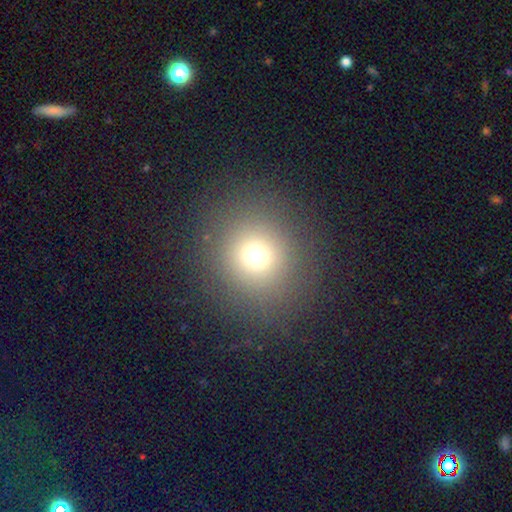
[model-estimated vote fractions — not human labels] Overall: smooth (71%). How rounded: round (89%). Merging: none (88%).